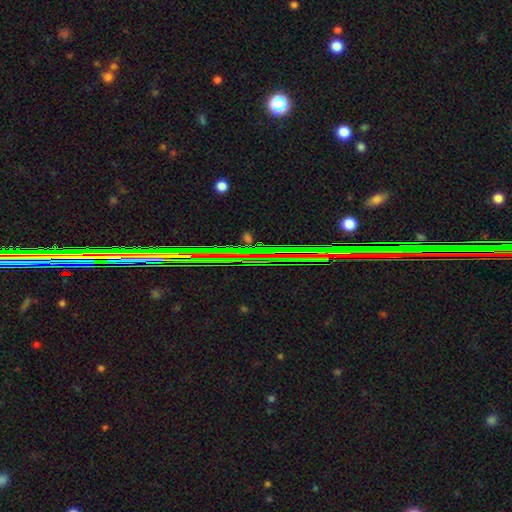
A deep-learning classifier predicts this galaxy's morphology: Smooth or featured: star or artifact — 81% (featured or disk — 11%)